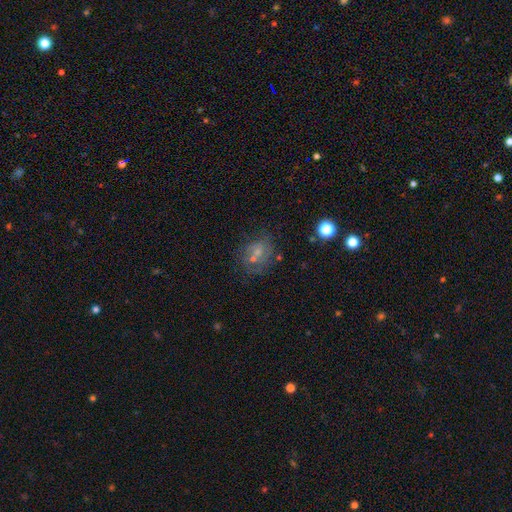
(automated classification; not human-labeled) Smooth or featured? Predicted: featured or disk (p=0.36). Merging? Predicted: none (p=0.63).